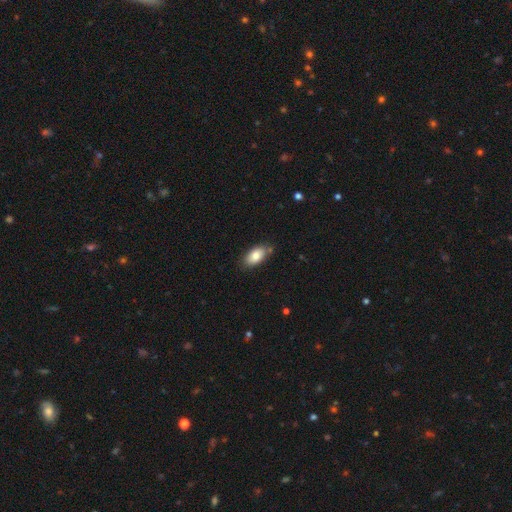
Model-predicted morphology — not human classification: A smooth galaxy with no disk features (82%) that is in between round and cigar-shaped (92%).

Vote fractions:
- Smooth or featured? smooth: 82% / featured or disk: 11% / star or artifact: 7%
- How rounded? in between: 92% / round: 4% / cigar-shaped: 4%
- Merging? none: 77% / minor disturbance: 17% / merger: 3% / major disturbance: 3%